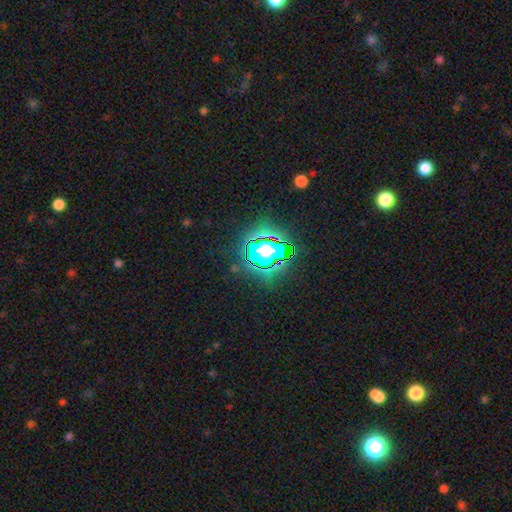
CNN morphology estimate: This is clearly a star or artifact rather than a galaxy (81%).